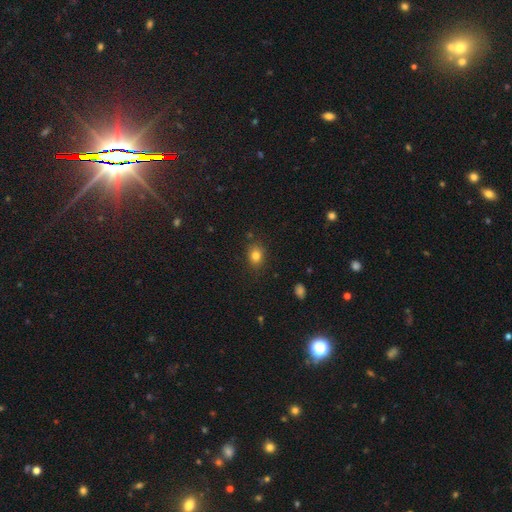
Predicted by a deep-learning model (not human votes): Q: Smooth or featured?
A: smooth (80%); runner-up: star or artifact (12%)
Q: How rounded?
A: in between (54%); runner-up: round (45%)
Q: Merging?
A: none (84%); runner-up: minor disturbance (11%)